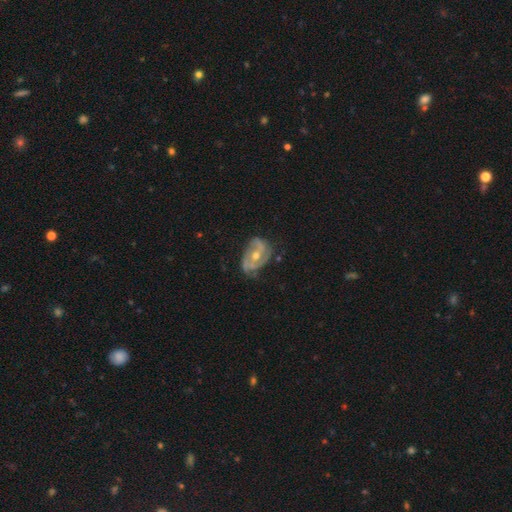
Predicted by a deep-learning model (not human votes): The model was most divided on "spiral winding": medium: 42%, tight: 41%, loose: 18%. More confident: edge-on disk — no (96%); spiral arms — yes (85%); smooth or featured — featured or disk (78%); bulge size — moderate (67%); merging — none (62%); spiral arm count — 2 (57%); bar — no (57%).